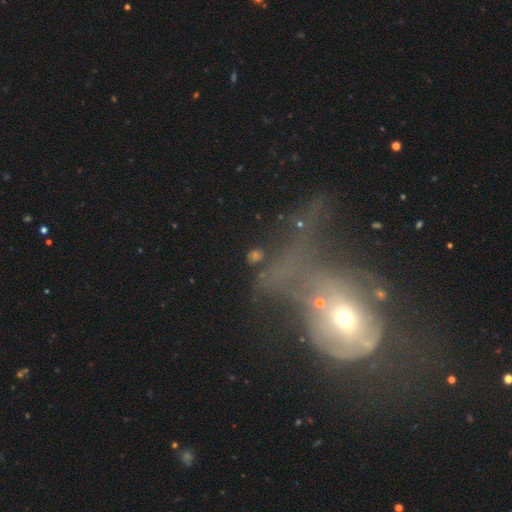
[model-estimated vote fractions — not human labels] The model was most divided on "smooth or featured": smooth: 36%, star or artifact: 35%, featured or disk: 29%. More confident: merging — none (57%).